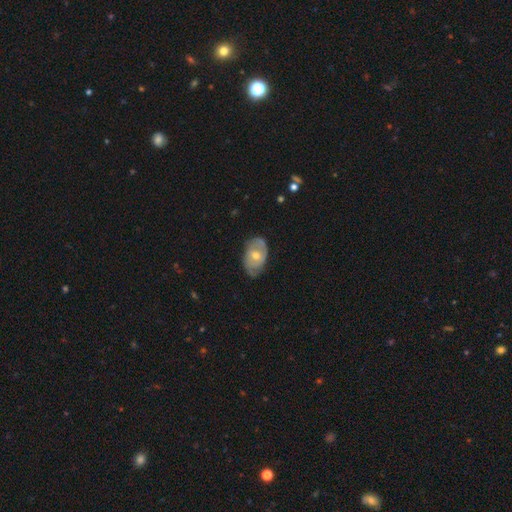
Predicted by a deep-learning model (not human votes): A featured or disk galaxy (58%) with no bar (68%), spiral arms (65%) and a moderate central bulge (63%). Merging: none (72%).